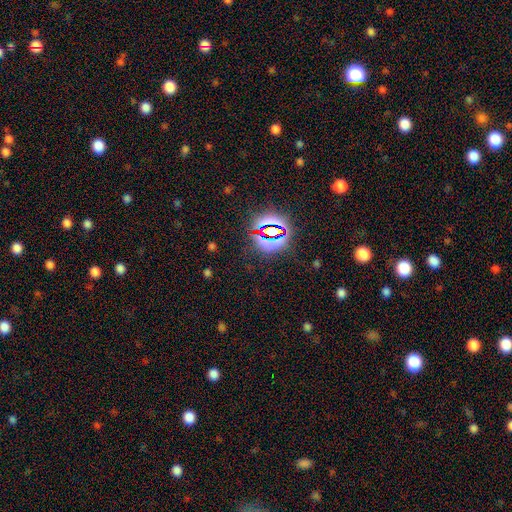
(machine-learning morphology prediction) type=star or artifact (79%).